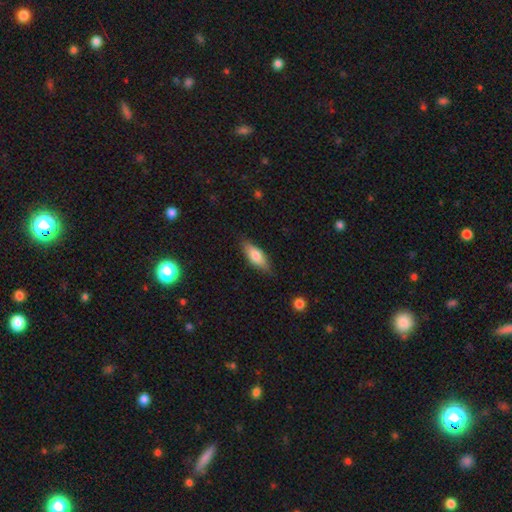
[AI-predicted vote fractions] Smooth or featured? smooth (72%)
How rounded? in between (71%)
Merging? none (82%)